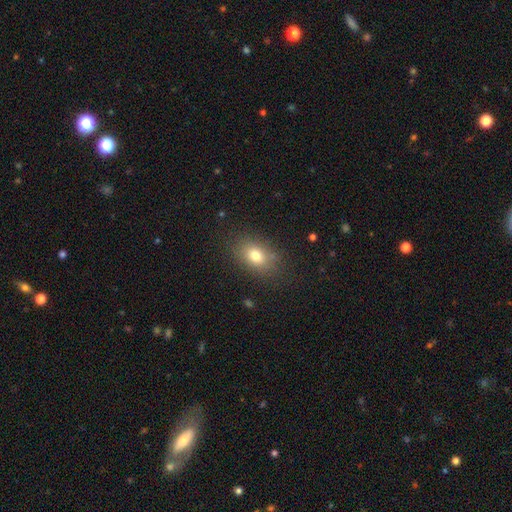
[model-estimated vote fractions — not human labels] Smooth or featured: smooth — 77% (featured or disk — 12%)
How rounded: in between — 76% (round — 23%)
Merging: none — 81% (minor disturbance — 13%)